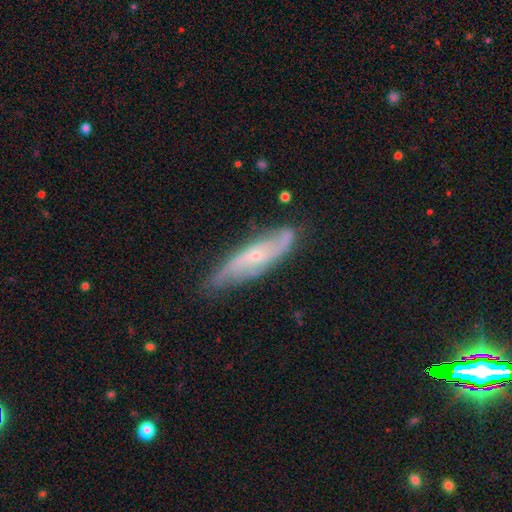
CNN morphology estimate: Smooth or featured?
  - featured or disk: 75% *
  - smooth: 18%
  - star or artifact: 7%
Edge-on disk?
  - no: 75% *
  - yes: 25%
Bar?
  - no: 59% *
  - weak: 32%
  - strong: 9%
Spiral arms?
  - yes: 92% *
  - no: 8%
Spiral winding?
  - medium: 42% *
  - loose: 35%
  - tight: 24%
Spiral arm count?
  - 2: 69% *
  - can't tell: 18%
  - 3: 6%
  - 1: 3%
  - 4: 2%
  - more than 4: 2%
Bulge size?
  - small: 74% *
  - moderate: 21%
  - none: 3%
  - large: 1%
  - dominant: 1%
Merging?
  - none: 74% *
  - minor disturbance: 20%
  - major disturbance: 4%
  - merger: 2%